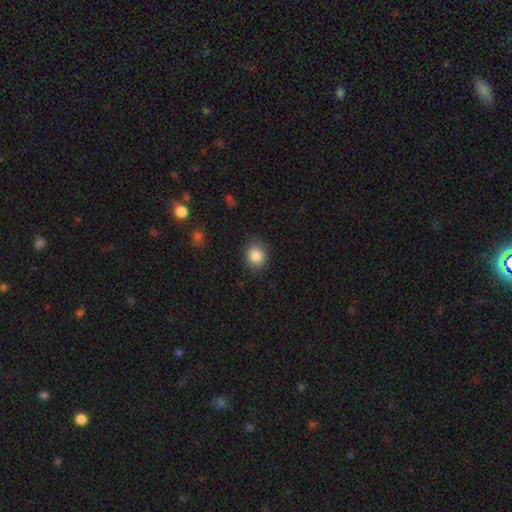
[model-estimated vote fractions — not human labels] Smooth or featured: smooth — 86% (star or artifact — 9%)
How rounded: round — 62% (in between — 37%)
Merging: none — 85% (minor disturbance — 11%)